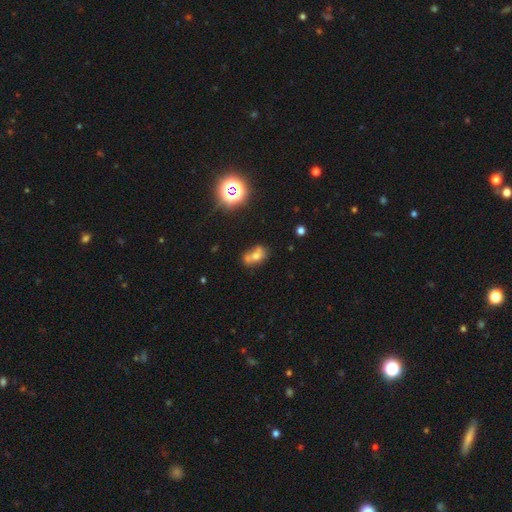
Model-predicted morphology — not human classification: smooth_or_featured: smooth (p=0.58) [alt: featured or disk p=0.23]
how_rounded: in between (p=0.71) [alt: round p=0.25]
merging: merger (p=0.42) [alt: none p=0.33]